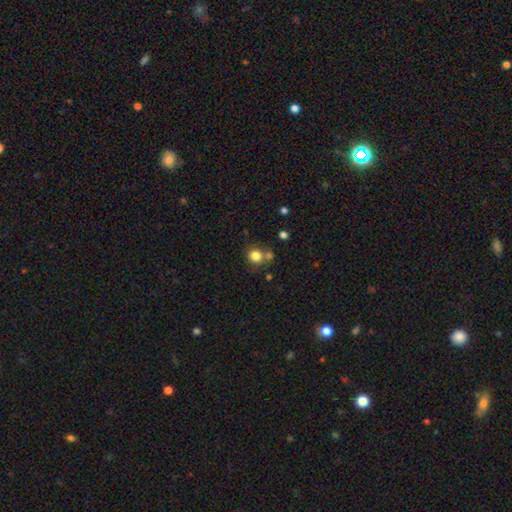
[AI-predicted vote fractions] Smooth or featured?
  - smooth: 81% *
  - star or artifact: 12%
  - featured or disk: 7%
How rounded?
  - round: 88% *
  - in between: 11%
  - cigar-shaped: 1%
Merging?
  - none: 64% *
  - merger: 21%
  - minor disturbance: 11%
  - major disturbance: 4%